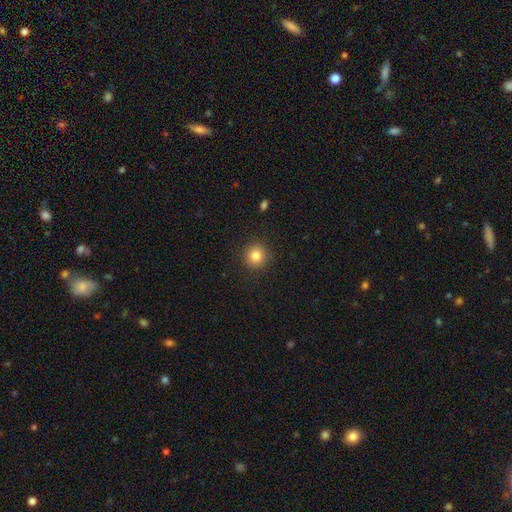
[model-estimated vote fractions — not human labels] smooth 84%, star or artifact 11%, featured or disk 6%. Down the decision tree: how rounded — round (93%); merging — none (91%).